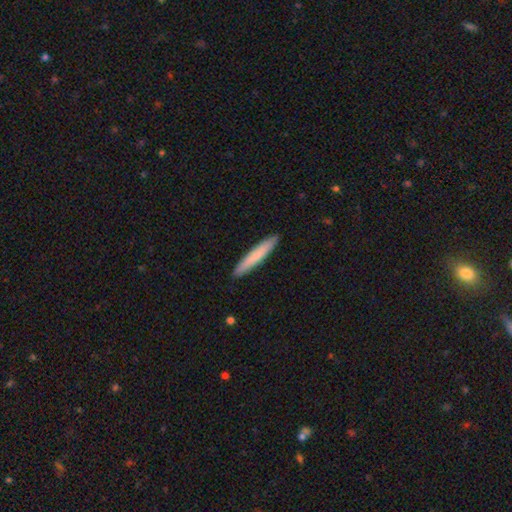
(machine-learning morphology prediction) A smooth galaxy with no disk features (77%) that is cigar-shaped (95%).

Vote fractions:
- Smooth or featured? smooth: 77% / featured or disk: 18% / star or artifact: 5%
- How rounded? cigar-shaped: 95% / in between: 4% / round: 1%
- Merging? none: 92% / minor disturbance: 6% / major disturbance: 1% / merger: 1%